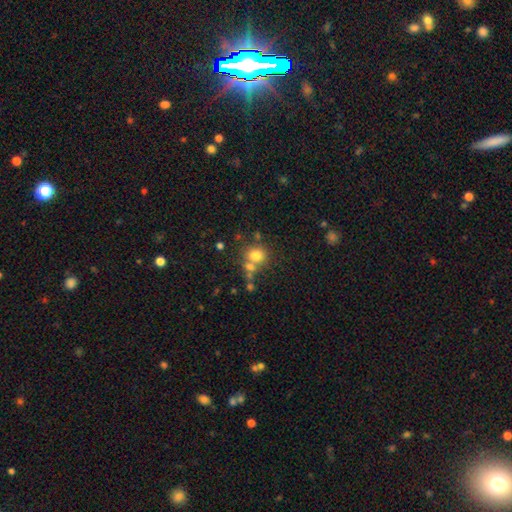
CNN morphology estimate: This appears to be a smooth galaxy with no disk features (77%) that is round (78%). Merging: none (58%).